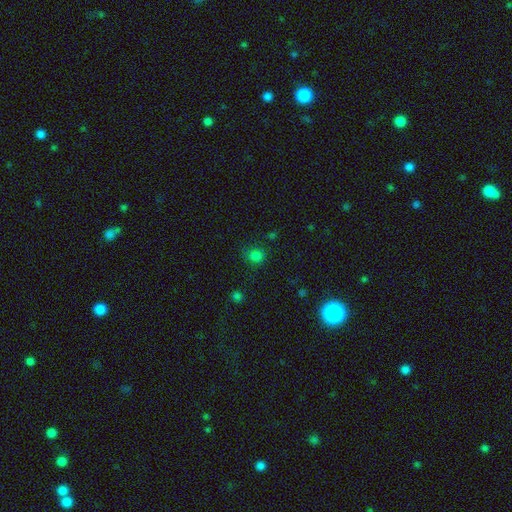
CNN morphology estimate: The model was most divided on "how rounded": round: 74%, in between: 25%, cigar-shaped: 1%. More confident: smooth or featured — smooth (76%); merging — none (76%).